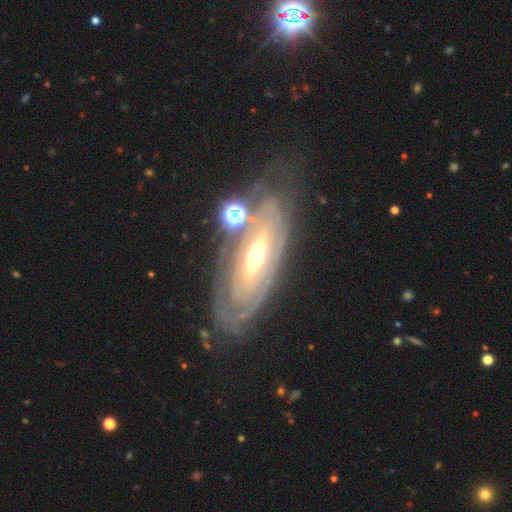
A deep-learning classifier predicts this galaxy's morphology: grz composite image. It shows a featured or disk galaxy (82%) with no bar (53%), tight (76%) spiral arms (75%) and a moderate central bulge (63%). Merging: none (68%).